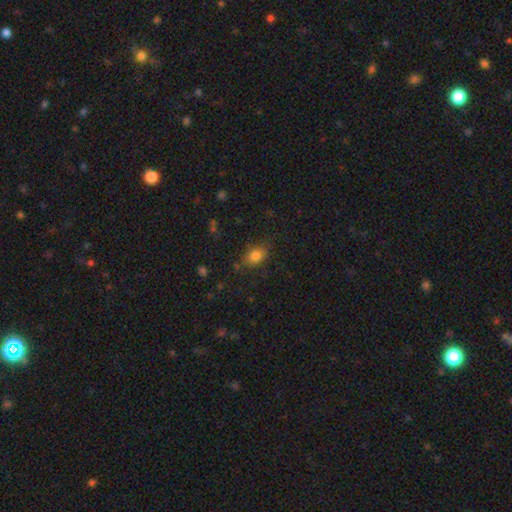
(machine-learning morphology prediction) Q: Smooth or featured?
A: smooth (79%); runner-up: star or artifact (12%)
Q: How rounded?
A: in between (68%); runner-up: round (30%)
Q: Merging?
A: none (76%); runner-up: minor disturbance (17%)